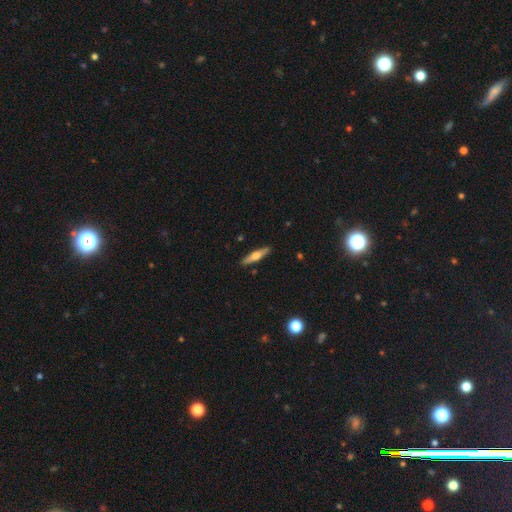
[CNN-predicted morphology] A featured or disk galaxy (48%).

Vote fractions:
- Smooth or featured? featured or disk: 48% / smooth: 46% / star or artifact: 6%
- Merging? none: 90% / minor disturbance: 7% / major disturbance: 2% / merger: 1%